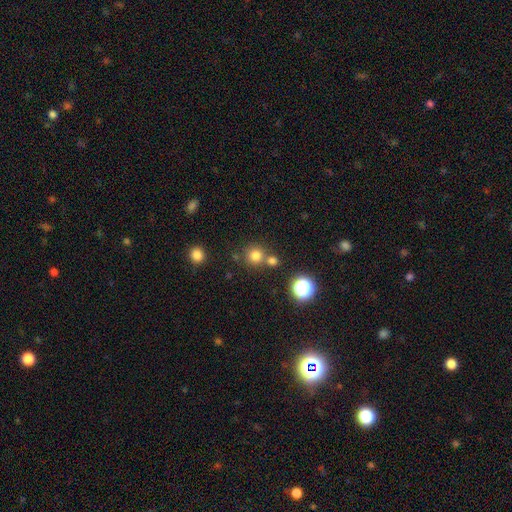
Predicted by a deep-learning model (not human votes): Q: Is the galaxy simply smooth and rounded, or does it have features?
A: smooth — 76%.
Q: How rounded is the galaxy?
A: round — 92%.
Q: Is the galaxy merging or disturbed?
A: none — 66%.